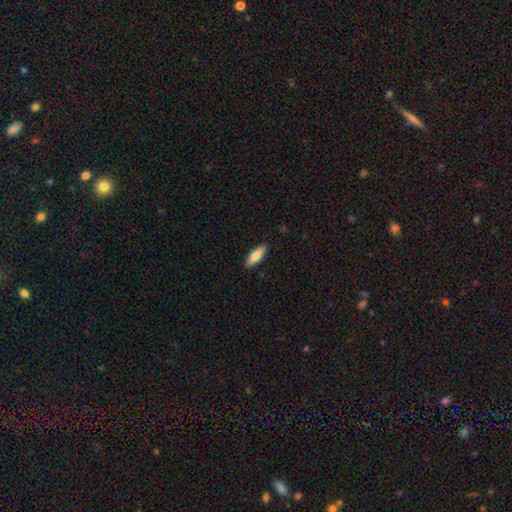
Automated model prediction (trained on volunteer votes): Smooth or featured: smooth — 75% (featured or disk — 20%)
How rounded: in between — 54% (cigar-shaped — 45%)
Merging: none — 89% (minor disturbance — 8%)